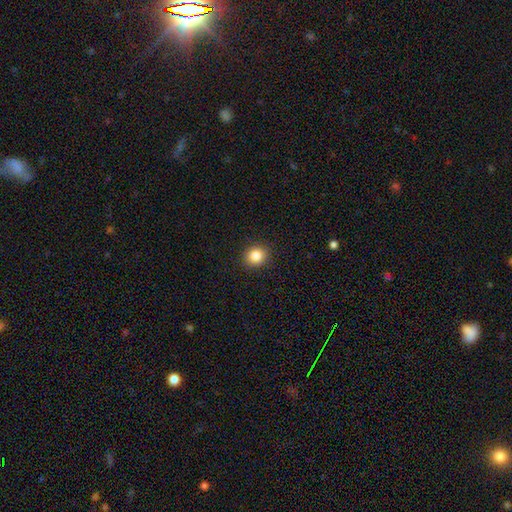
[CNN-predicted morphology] Q: Smooth or featured?
A: smooth (84%); runner-up: star or artifact (11%)
Q: How rounded?
A: round (81%); runner-up: in between (18%)
Q: Merging?
A: none (91%); runner-up: minor disturbance (6%)